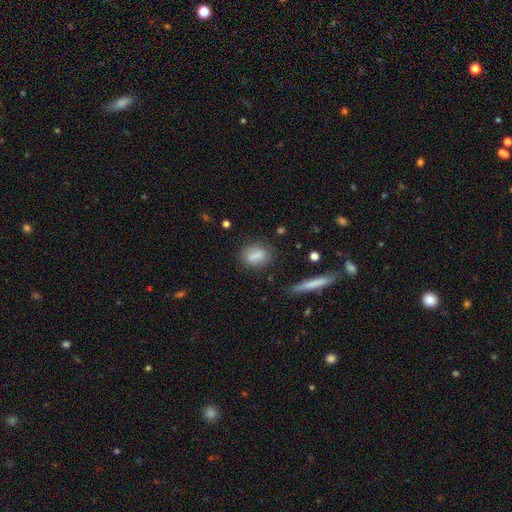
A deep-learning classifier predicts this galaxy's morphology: smooth 77%, featured or disk 14%, star or artifact 8%. Down the decision tree: how rounded — in between (66%); merging — none (75%).